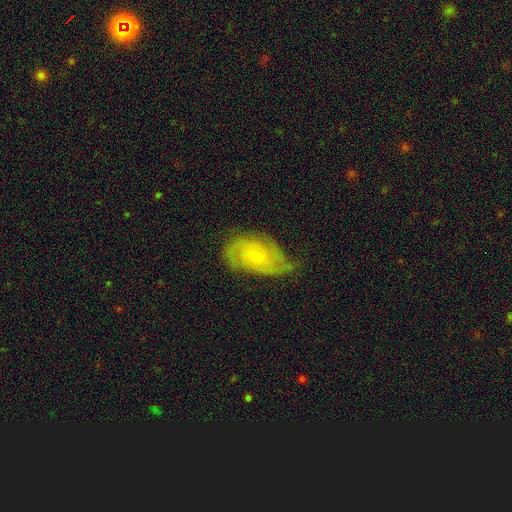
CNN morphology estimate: Smooth or featured? Predicted: featured or disk (p=0.67). Edge-on disk? Predicted: no (p=0.96). Bar? Predicted: no (p=0.75). Spiral arms? Predicted: yes (p=0.88). Spiral winding? Predicted: medium (p=0.41). Spiral arm count? Predicted: 2 (p=0.57). Bulge size? Predicted: small (p=0.74). Merging? Predicted: none (p=0.53).